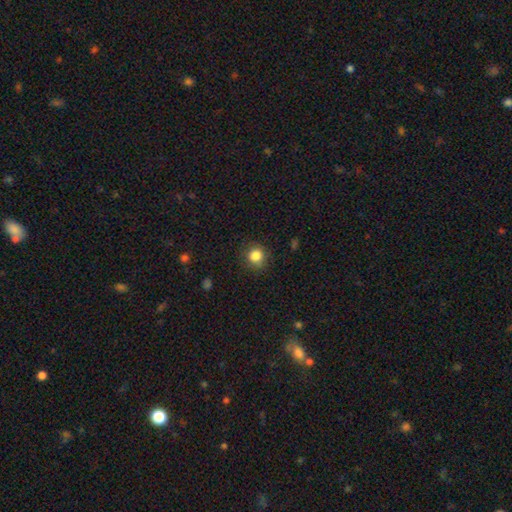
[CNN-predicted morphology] Smooth or featured? Predicted: smooth (p=0.84). How rounded? Predicted: round (p=0.86). Merging? Predicted: none (p=0.86).